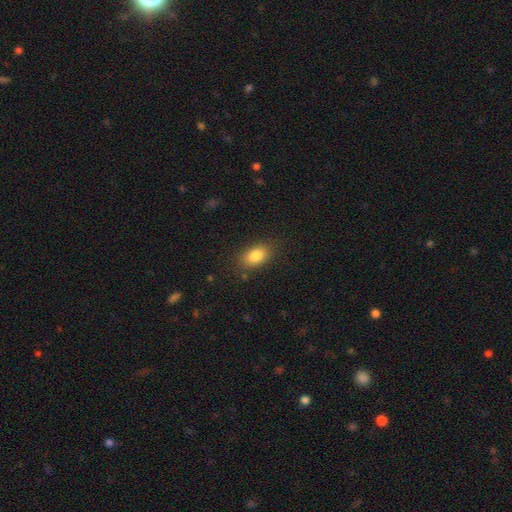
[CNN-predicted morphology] This appears to be a smooth galaxy with no disk features (85%) that is in between round and cigar-shaped (87%). Merging: none (83%).